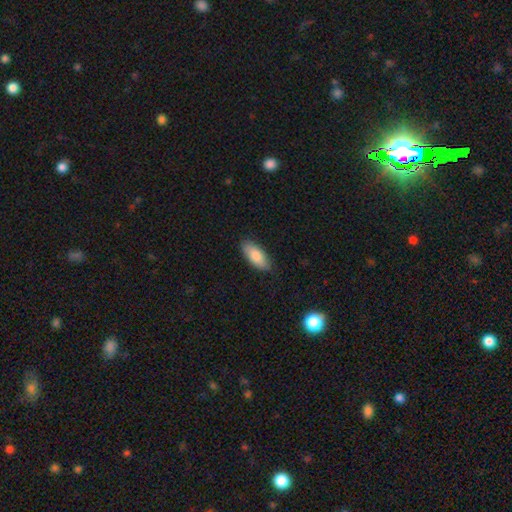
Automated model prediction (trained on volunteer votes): Overall: smooth (83%). How rounded: in between (83%). Merging: none (87%).